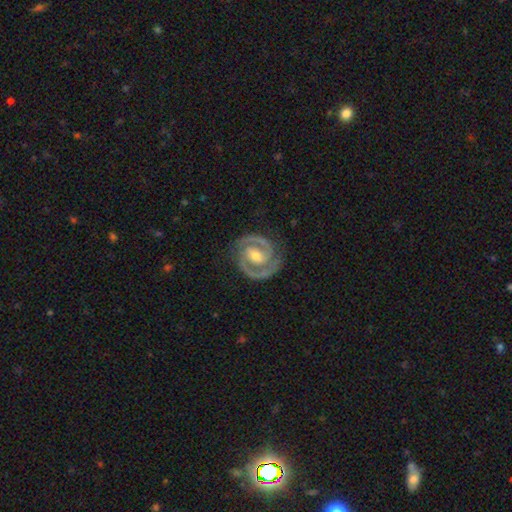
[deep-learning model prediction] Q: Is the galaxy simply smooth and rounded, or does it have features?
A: featured or disk — 92%.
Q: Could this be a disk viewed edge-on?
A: no — 98%.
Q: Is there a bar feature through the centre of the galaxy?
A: weak — 43%.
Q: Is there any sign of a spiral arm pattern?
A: yes — 98%.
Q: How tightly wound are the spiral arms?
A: tight — 56%.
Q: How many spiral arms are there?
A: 2 — 93%.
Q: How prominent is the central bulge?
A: moderate — 68%.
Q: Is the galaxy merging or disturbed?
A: none — 84%.